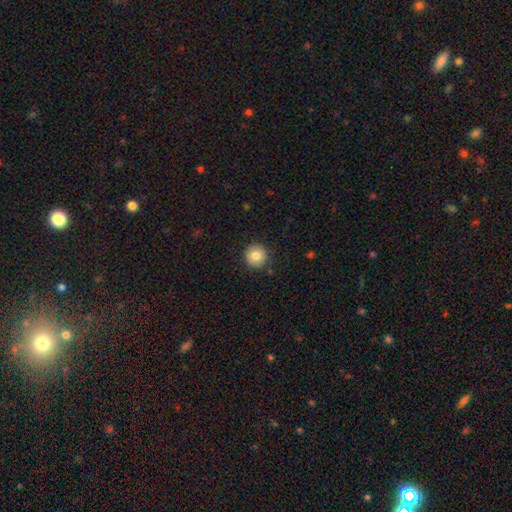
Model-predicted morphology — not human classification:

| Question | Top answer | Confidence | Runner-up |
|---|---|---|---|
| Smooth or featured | smooth | 82% | featured or disk (9%) |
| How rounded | round | 95% | in between (4%) |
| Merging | none | 88% | minor disturbance (9%) |